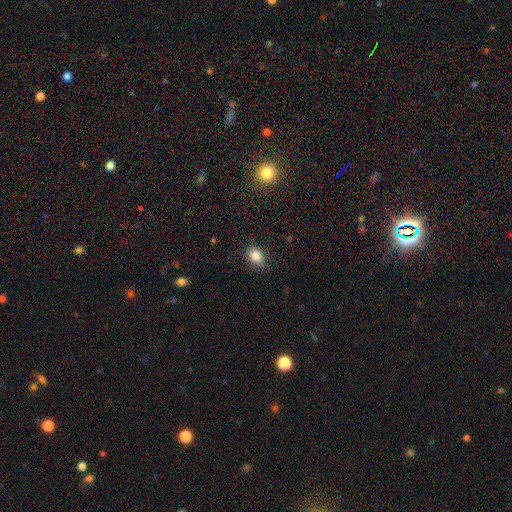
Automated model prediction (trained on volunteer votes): This is clearly a smooth galaxy (85%). How rounded: possibly in between (55%). Merging: clearly none (81%).